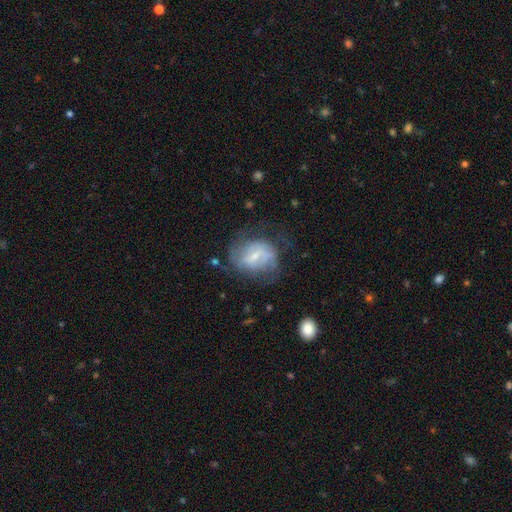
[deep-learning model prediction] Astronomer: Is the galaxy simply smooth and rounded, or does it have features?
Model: featured or disk — 66%.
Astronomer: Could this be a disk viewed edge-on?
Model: no — 96%.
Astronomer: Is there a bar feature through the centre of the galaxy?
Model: weak — 55%.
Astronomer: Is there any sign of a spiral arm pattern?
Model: yes — 74%.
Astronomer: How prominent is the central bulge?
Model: small — 55%.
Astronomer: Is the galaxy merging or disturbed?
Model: none — 52%.